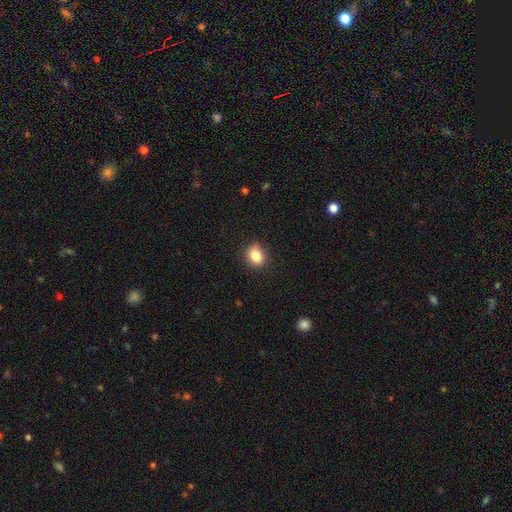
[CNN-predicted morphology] This appears to be a smooth galaxy with no disk features (85%) that is in between round and cigar-shaped (53%). Merging: none (83%).